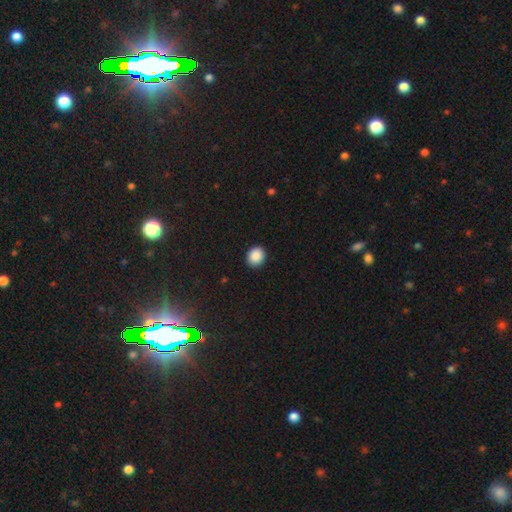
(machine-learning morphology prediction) This appears to be a smooth galaxy with no disk features (89%) that is round (65%). Merging: none (90%).